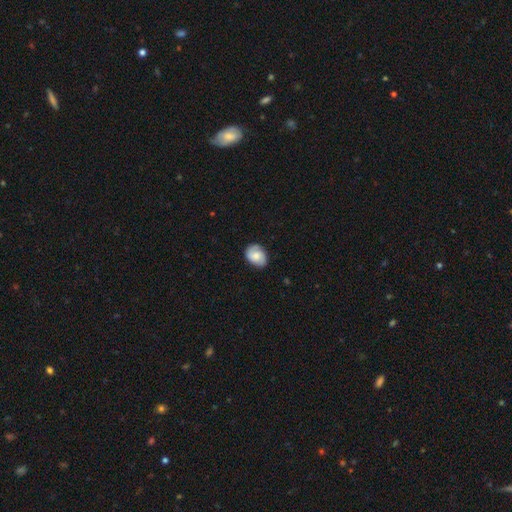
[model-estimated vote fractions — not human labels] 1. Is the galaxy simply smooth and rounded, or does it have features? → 54% smooth, 38% featured or disk, 8% star or artifact.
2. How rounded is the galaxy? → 66% in between, 33% round, 1% cigar-shaped.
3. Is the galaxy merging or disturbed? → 78% none, 18% minor disturbance, 4% major disturbance, 1% merger.